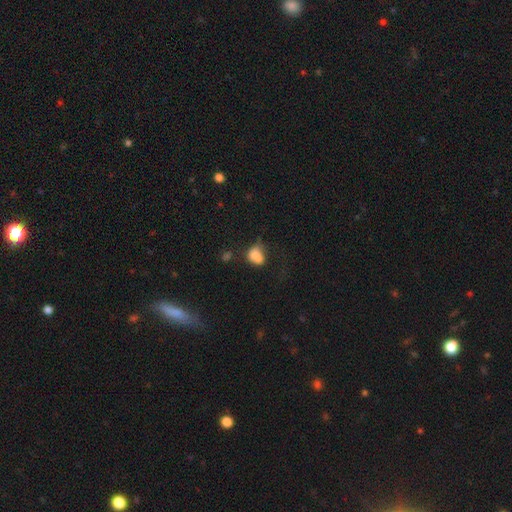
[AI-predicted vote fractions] Overall: smooth (75%). How rounded: in between (63%; round 35%). Merging: none (30%; minor disturbance 25%).